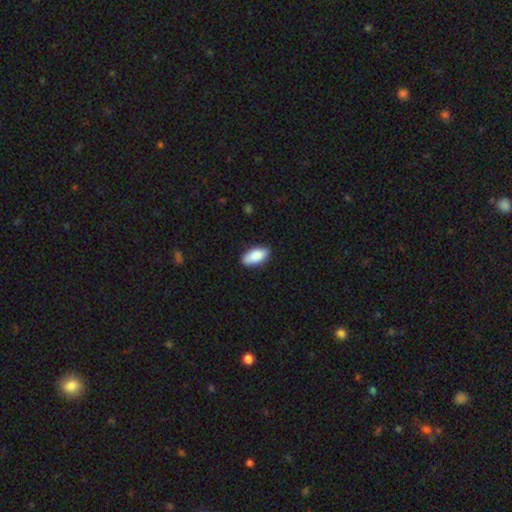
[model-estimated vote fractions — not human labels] This is clearly a smooth galaxy (88%). How rounded: clearly in between (92%). Merging: clearly none (86%).